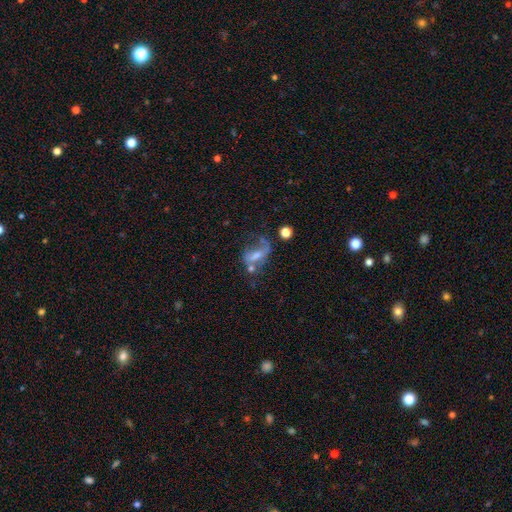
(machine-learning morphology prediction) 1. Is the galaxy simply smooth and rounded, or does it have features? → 60% featured or disk, 25% smooth, 15% star or artifact.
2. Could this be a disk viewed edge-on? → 89% no, 11% yes.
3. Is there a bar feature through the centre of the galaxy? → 40% no, 36% weak, 24% strong.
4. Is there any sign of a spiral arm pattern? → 61% yes, 39% no.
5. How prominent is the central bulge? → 39% small, 36% moderate, 17% none, 5% large, 2% dominant.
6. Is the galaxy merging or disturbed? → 35% major disturbance, 32% none, 18% minor disturbance, 15% merger.